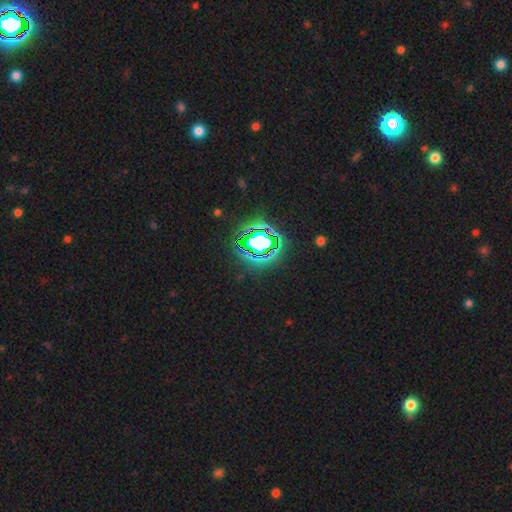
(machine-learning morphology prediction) Smooth or featured? star or artifact (83%)